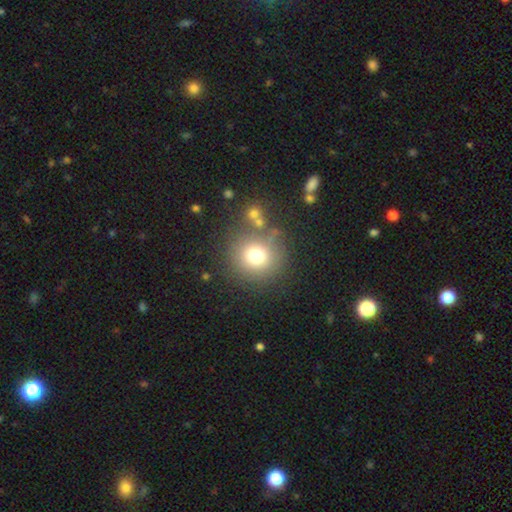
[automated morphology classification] Q: Smooth or featured?
A: smooth (73%); runner-up: star or artifact (16%)
Q: How rounded?
A: round (92%); runner-up: in between (7%)
Q: Merging?
A: none (78%); runner-up: minor disturbance (10%)